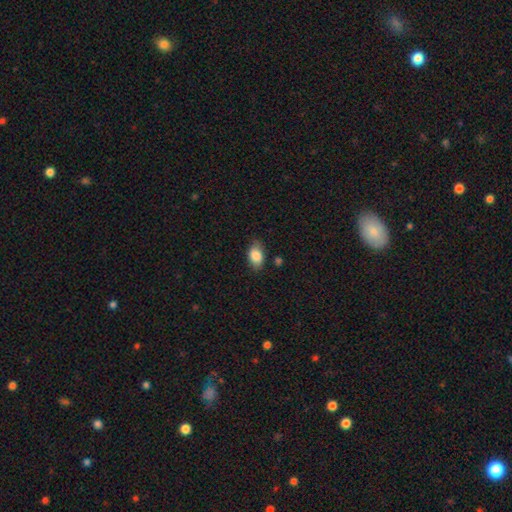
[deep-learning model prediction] Smooth or featured? Predicted: smooth (p=0.85). How rounded? Predicted: in between (p=0.88). Merging? Predicted: none (p=0.76).